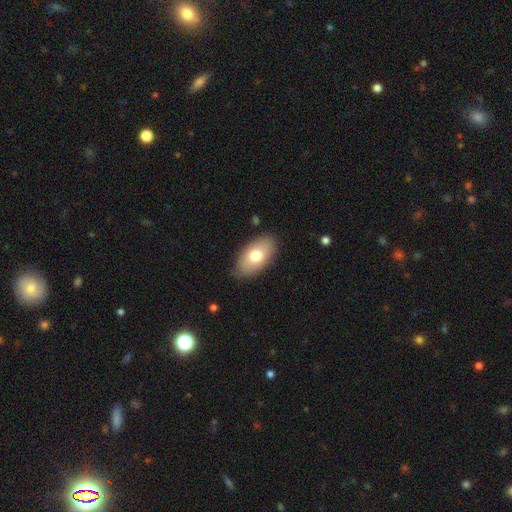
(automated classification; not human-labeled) A smooth galaxy with no disk features (74%) that is in between round and cigar-shaped (94%). Merging: none (82%).